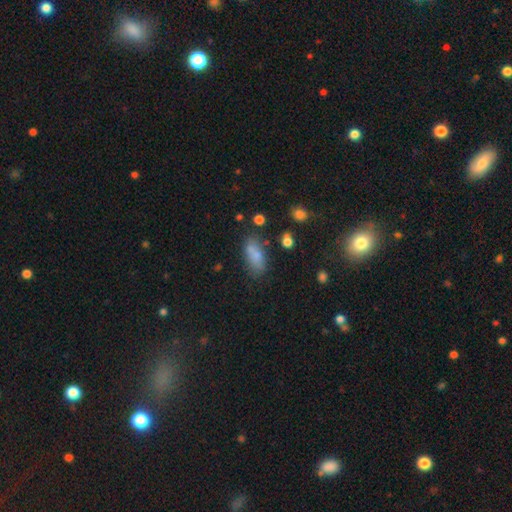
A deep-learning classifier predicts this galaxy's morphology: Smooth or featured?
  - smooth: 73% *
  - featured or disk: 15%
  - star or artifact: 12%
How rounded?
  - in between: 79% *
  - cigar-shaped: 16%
  - round: 4%
Merging?
  - none: 66% *
  - minor disturbance: 19%
  - merger: 9%
  - major disturbance: 6%